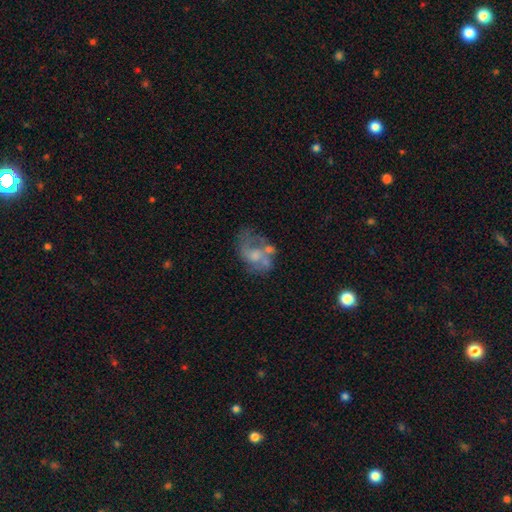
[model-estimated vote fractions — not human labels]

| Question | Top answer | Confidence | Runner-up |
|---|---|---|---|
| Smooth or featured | featured or disk | 63% | smooth (27%) |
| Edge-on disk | no | 98% | yes (2%) |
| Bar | no | 73% | weak (23%) |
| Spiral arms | yes | 50% | tied: no (50%) |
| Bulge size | moderate | 43% | small (29%) |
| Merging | none | 38% | major disturbance (24%) |